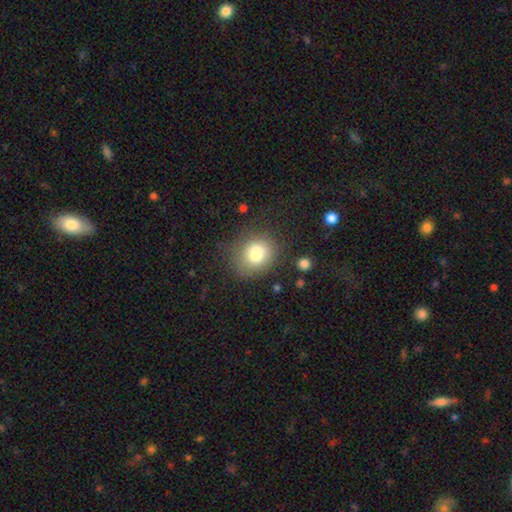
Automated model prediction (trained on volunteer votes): Smooth or featured? Predicted: smooth (p=0.76). How rounded? Predicted: round (p=0.63). Merging? Predicted: none (p=0.59).